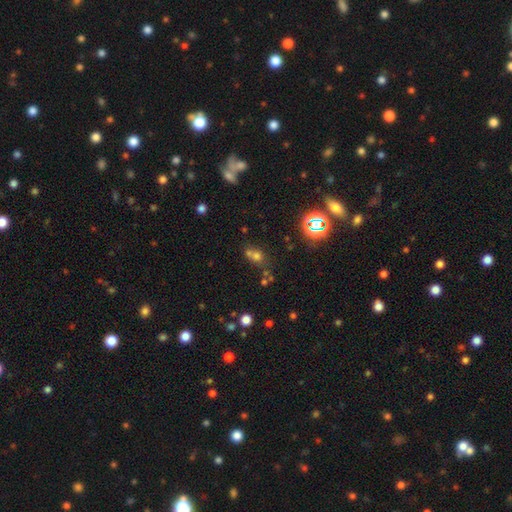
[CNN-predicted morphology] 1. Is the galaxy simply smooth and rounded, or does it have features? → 58% smooth, 28% star or artifact, 14% featured or disk.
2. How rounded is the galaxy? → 66% round, 32% in between, 2% cigar-shaped.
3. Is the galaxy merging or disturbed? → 44% none, 40% merger, 11% minor disturbance, 6% major disturbance.